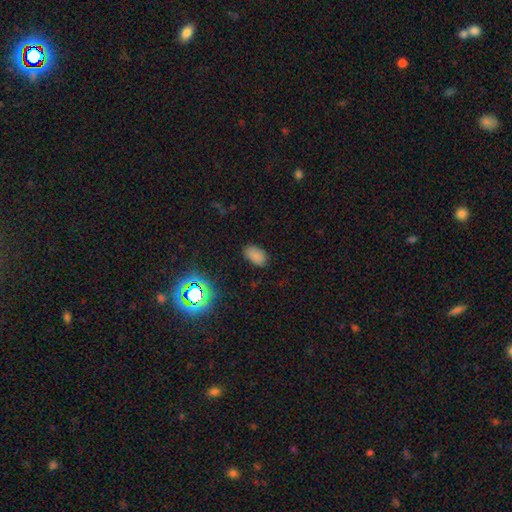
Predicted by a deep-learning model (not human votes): Smooth or featured?
  - smooth: 78% *
  - star or artifact: 17%
  - featured or disk: 5%
How rounded?
  - in between: 93% *
  - round: 6%
  - cigar-shaped: 2%
Merging?
  - none: 82% *
  - minor disturbance: 13%
  - major disturbance: 4%
  - merger: 1%